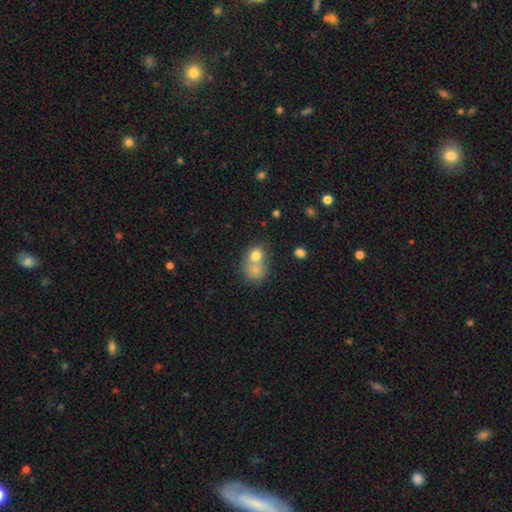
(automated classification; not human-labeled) smooth_or_featured: smooth (p=0.75) [alt: featured or disk p=0.15]
how_rounded: round (p=0.62) [alt: in between p=0.37]
merging: merger (p=0.63) [alt: none p=0.26]